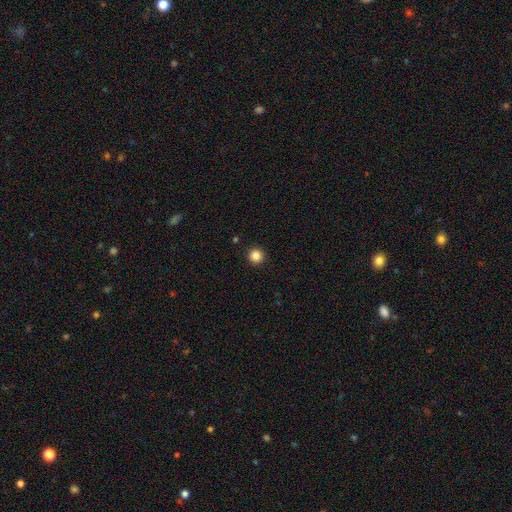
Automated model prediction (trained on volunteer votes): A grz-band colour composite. It shows a smooth galaxy with no disk features (85%) that is round (96%). Merging: none (93%).